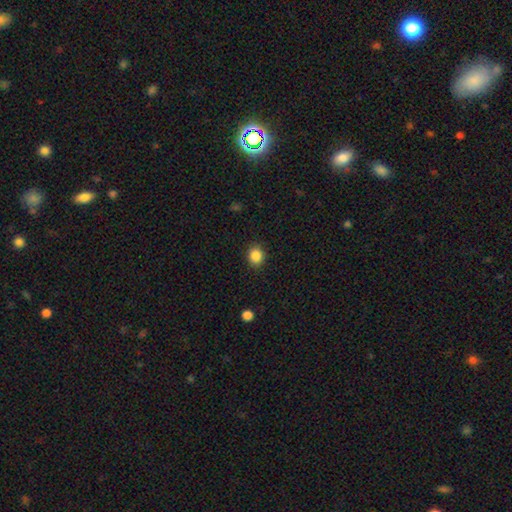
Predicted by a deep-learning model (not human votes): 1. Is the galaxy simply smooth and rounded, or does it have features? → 87% smooth, 10% star or artifact, 4% featured or disk.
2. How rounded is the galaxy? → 72% round, 27% in between, 1% cigar-shaped.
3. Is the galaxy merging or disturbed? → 89% none, 8% minor disturbance, 2% major disturbance, 1% merger.